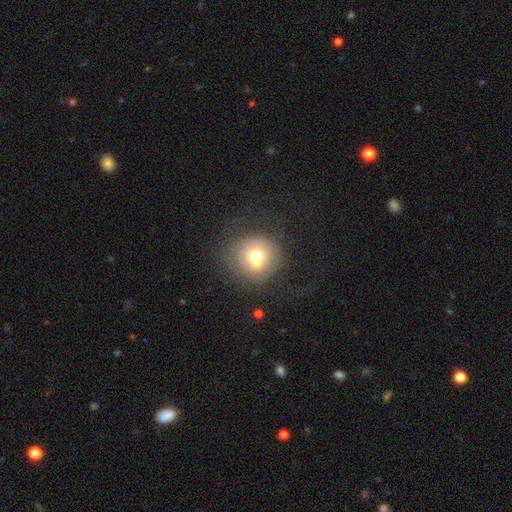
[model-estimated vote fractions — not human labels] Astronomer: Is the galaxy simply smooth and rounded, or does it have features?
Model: smooth — 55% (runner-up: featured or disk, 35%).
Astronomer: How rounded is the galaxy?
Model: round — 88%.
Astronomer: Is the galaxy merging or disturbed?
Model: merger — 40% (runner-up: none, 38%).